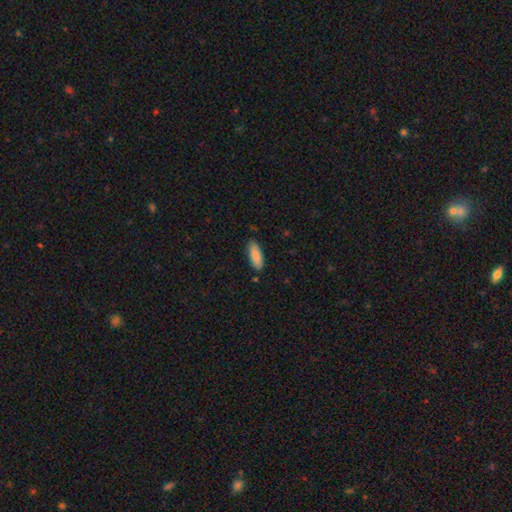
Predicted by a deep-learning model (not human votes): Q: Smooth or featured?
A: smooth (87%); runner-up: featured or disk (7%)
Q: How rounded?
A: in between (70%); runner-up: cigar-shaped (29%)
Q: Merging?
A: none (84%); runner-up: minor disturbance (12%)